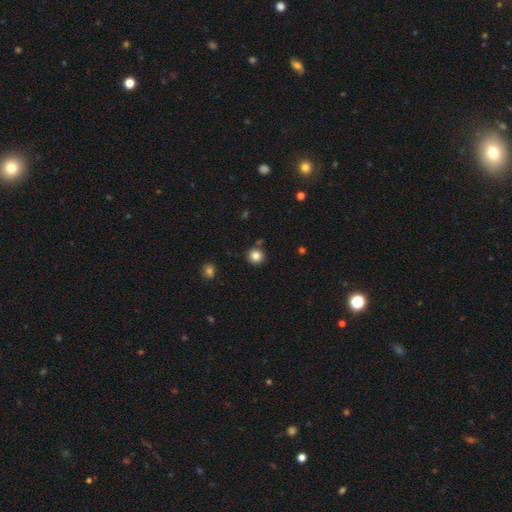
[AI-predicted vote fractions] Smooth or featured: smooth — 84% (star or artifact — 11%)
How rounded: round — 93% (in between — 6%)
Merging: none — 85% (minor disturbance — 8%)